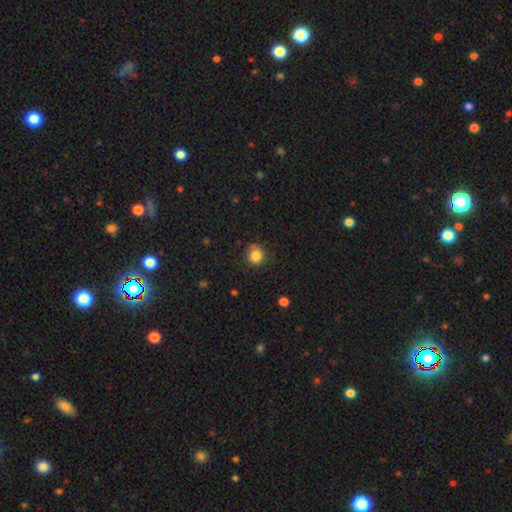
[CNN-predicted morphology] Q: Smooth or featured?
A: smooth (84%); runner-up: star or artifact (11%)
Q: How rounded?
A: round (85%); runner-up: in between (14%)
Q: Merging?
A: none (74%); runner-up: minor disturbance (20%)